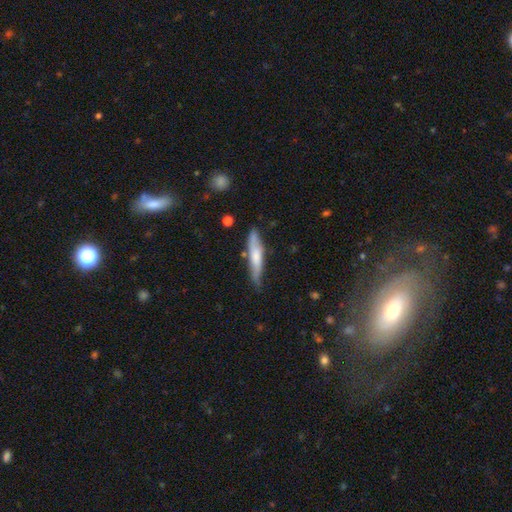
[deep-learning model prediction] A smooth galaxy with no disk features (57%) that is cigar-shaped (83%).

Vote fractions:
- Smooth or featured? smooth: 57% / featured or disk: 37% / star or artifact: 6%
- How rounded? cigar-shaped: 83% / in between: 16% / round: 2%
- Merging? none: 67% / minor disturbance: 24% / major disturbance: 5% / merger: 4%